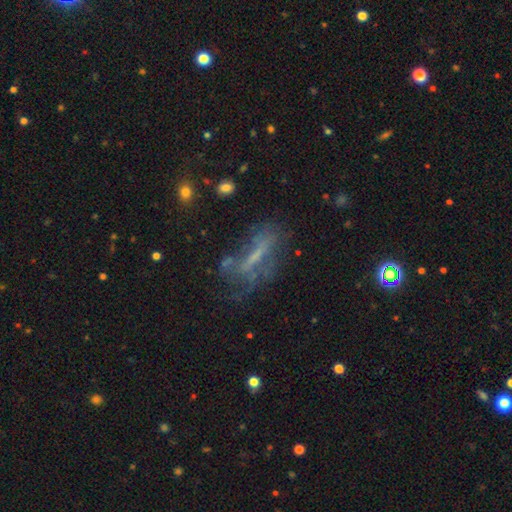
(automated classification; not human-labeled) Smooth or featured? Predicted: featured or disk (p=0.51). Edge-on disk? Predicted: no (p=0.67). Merging? Predicted: none (p=0.47).